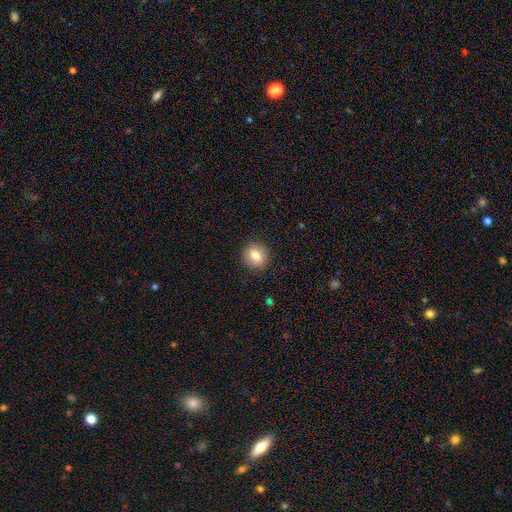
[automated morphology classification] A smooth galaxy with no disk features (78%) that is round (79%). Merging: none (90%).